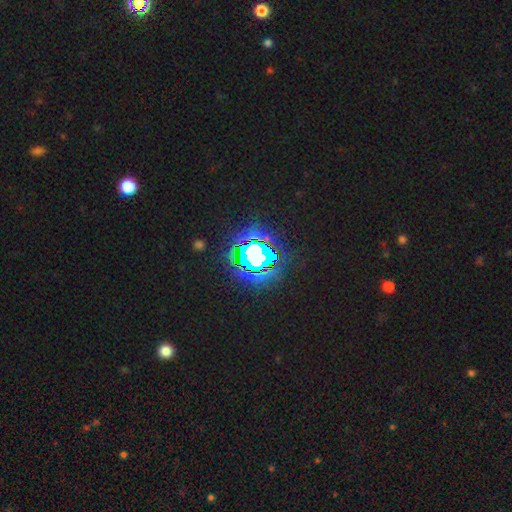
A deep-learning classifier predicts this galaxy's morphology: smooth-or-featured: star or artifact: 63% | smooth: 21% | featured or disk: 17%